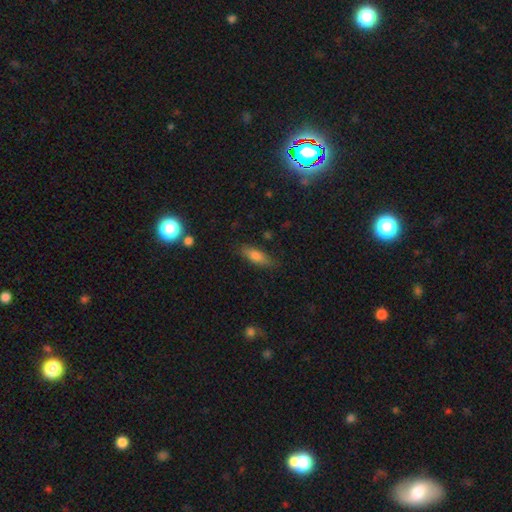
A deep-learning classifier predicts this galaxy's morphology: A smooth galaxy with no disk features (76%) that is in between round and cigar-shaped (63%). Merging: none (81%).